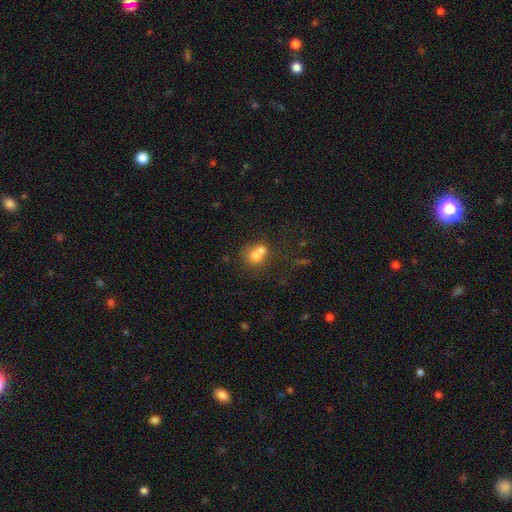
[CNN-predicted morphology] Smooth or featured: smooth — 68% (featured or disk — 20%)
How rounded: round — 65% (in between — 34%)
Merging: merger — 62% (none — 26%)